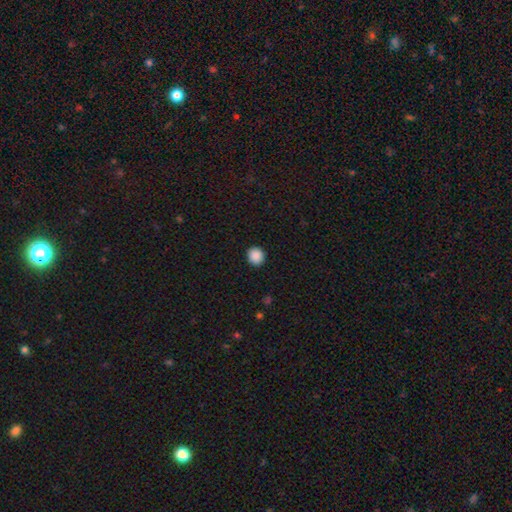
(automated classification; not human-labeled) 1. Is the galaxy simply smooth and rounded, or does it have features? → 89% smooth, 9% star or artifact, 2% featured or disk.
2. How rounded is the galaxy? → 86% round, 13% in between, 1% cigar-shaped.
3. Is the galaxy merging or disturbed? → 92% none, 5% minor disturbance, 2% major disturbance, 1% merger.